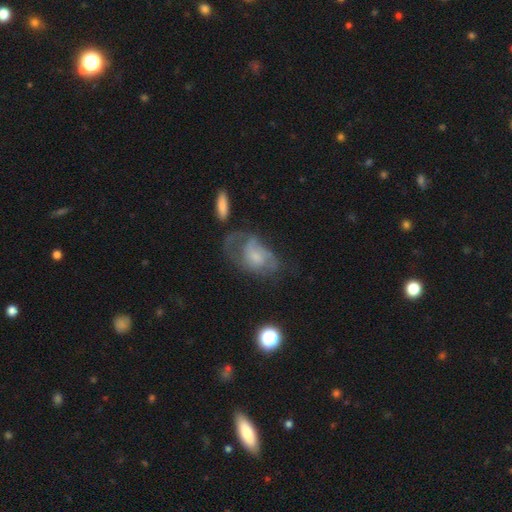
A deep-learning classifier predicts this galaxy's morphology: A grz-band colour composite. It shows a featured or disk galaxy (59%) with no bar (65%), spiral arms (69%) and a small central bulge (42%). Merging: major disturbance (38%).